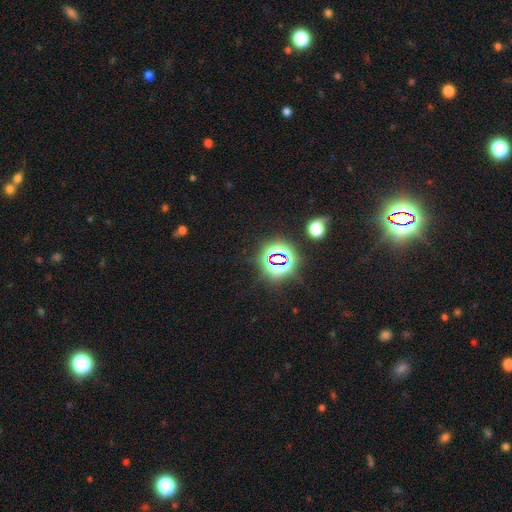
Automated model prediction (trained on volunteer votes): A star or artifact, not a galaxy (78%).